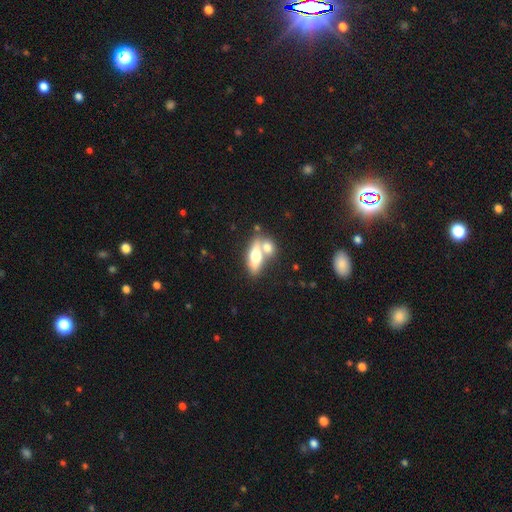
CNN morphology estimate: Smooth or featured? smooth (58%)
How rounded? in between (66%)
Merging? merger (50%)